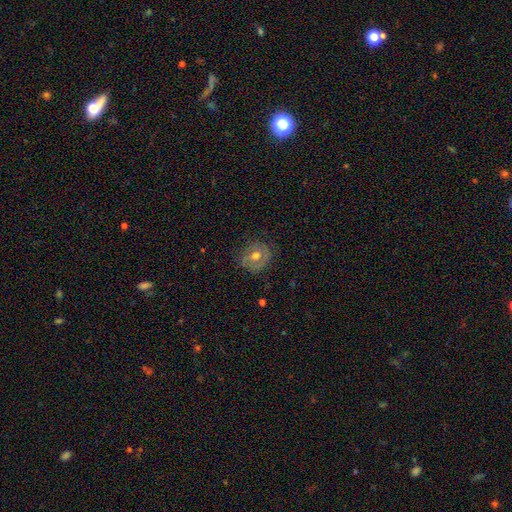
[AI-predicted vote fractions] This appears to be a featured or disk galaxy (47%). Merging: none (75%).